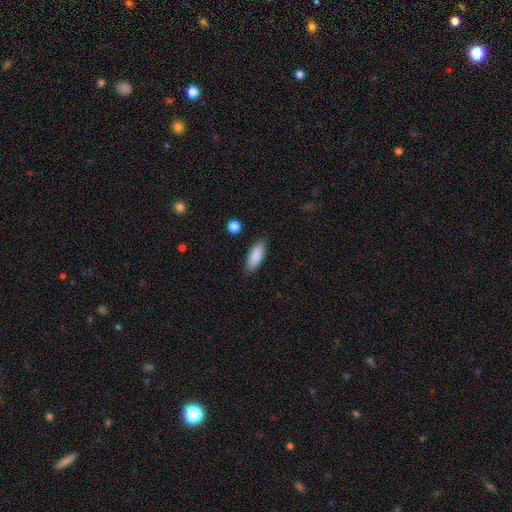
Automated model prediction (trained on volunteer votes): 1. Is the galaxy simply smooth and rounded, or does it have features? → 88% smooth, 6% star or artifact, 6% featured or disk.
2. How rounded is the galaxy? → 68% in between, 30% cigar-shaped, 2% round.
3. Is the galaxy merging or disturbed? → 87% none, 9% minor disturbance, 2% major disturbance, 1% merger.